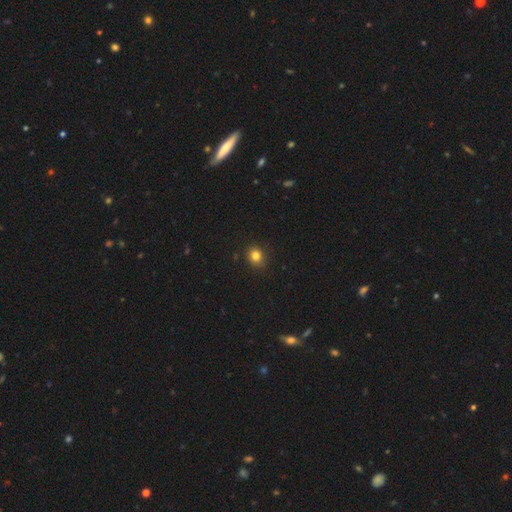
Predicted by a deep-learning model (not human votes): smooth-or-featured: smooth: 82% | star or artifact: 13% | featured or disk: 6%
  how-rounded: round: 74% | in between: 25% | cigar-shaped: 1%
  merging: none: 89% | minor disturbance: 8% | major disturbance: 2% | merger: 1%